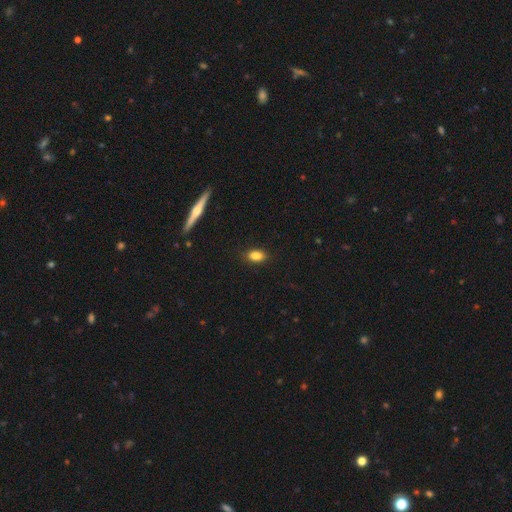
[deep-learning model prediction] Morphology: type=smooth (85%); roundness=in between (84%); merging=none (87%).